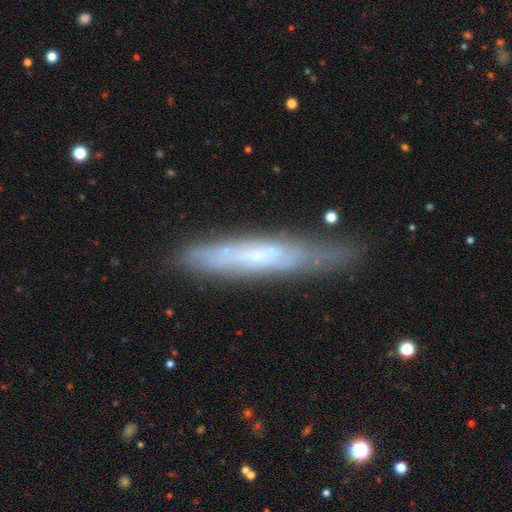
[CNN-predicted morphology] The model was most divided on "smooth or featured": featured or disk: 57%, smooth: 35%, star or artifact: 7%. More confident: merging — none (76%); edge-on disk — yes (69%).